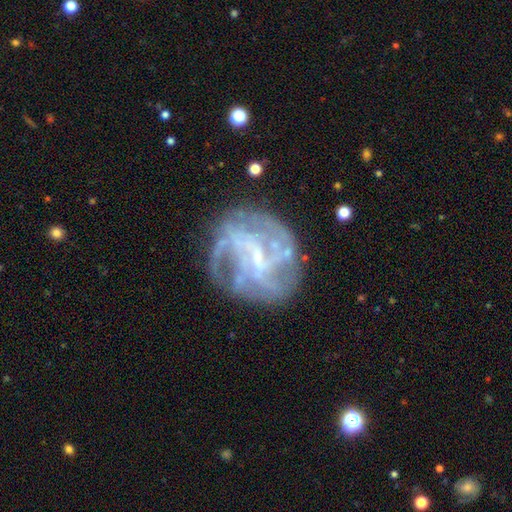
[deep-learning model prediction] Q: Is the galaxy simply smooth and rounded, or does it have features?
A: featured or disk — 80%.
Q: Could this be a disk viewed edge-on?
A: no — 98%.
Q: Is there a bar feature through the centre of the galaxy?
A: weak — 48%.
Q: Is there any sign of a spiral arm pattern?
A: yes — 78%.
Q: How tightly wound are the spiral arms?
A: medium — 38%.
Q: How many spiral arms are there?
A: can't tell — 40%.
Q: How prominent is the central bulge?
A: small — 58%.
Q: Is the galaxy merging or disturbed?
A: none — 65%.